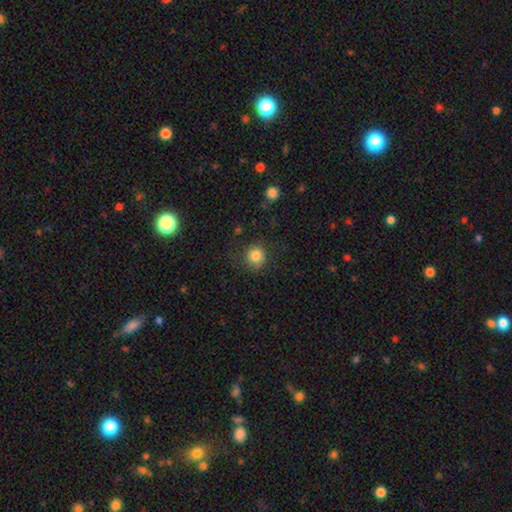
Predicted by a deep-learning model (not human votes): A smooth galaxy with no disk features (84%) that is round (89%).

Vote fractions:
- Smooth or featured? smooth: 84% / star or artifact: 10% / featured or disk: 6%
- How rounded? round: 89% / in between: 10% / cigar-shaped: 1%
- Merging? none: 79% / minor disturbance: 13% / major disturbance: 6% / merger: 1%